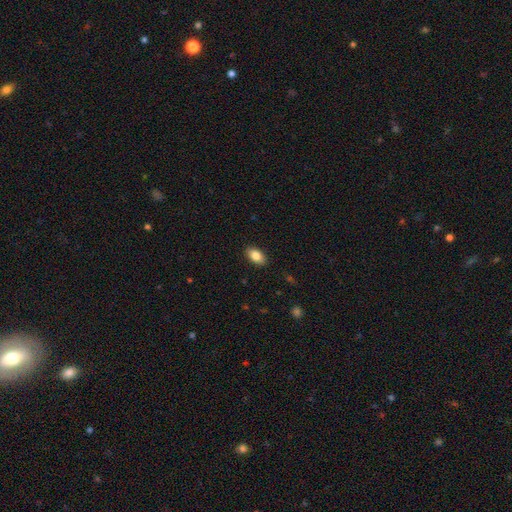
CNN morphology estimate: smooth 84%, featured or disk 8%, star or artifact 8%. Down the decision tree: how rounded — in between (92%); merging — none (89%).